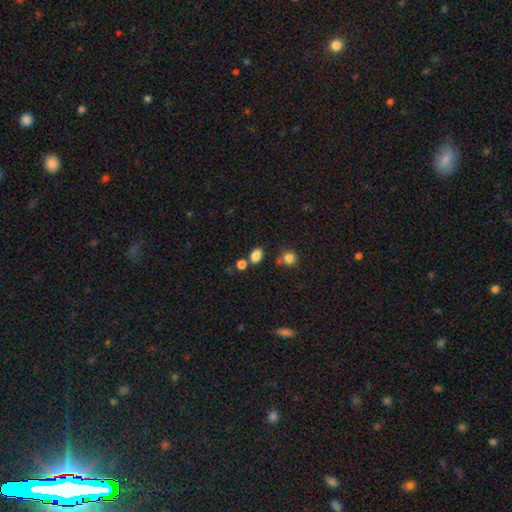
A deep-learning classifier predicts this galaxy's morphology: Smooth or featured: smooth — 83% (star or artifact — 12%)
How rounded: in between — 71% (round — 28%)
Merging: none — 68% (merger — 15%)